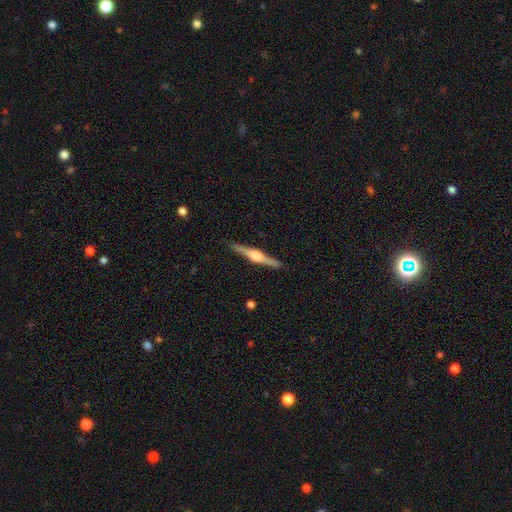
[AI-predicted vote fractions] A featured or disk galaxy (82%) viewed edge-on (98%) with a rounded central bulge (91%).

Vote fractions:
- Smooth or featured? featured or disk: 82% / smooth: 13% / star or artifact: 5%
- Edge-on disk? yes: 98% / no: 2%
- Edge-on bulge? rounded: 91% / boxy: 7% / none: 2%
- Merging? none: 92% / minor disturbance: 6% / major disturbance: 1% / merger: 1%